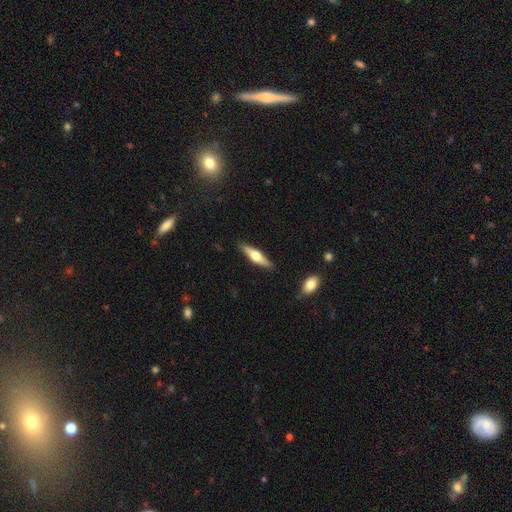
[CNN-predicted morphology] Smooth or featured: featured or disk — 55% (smooth — 40%)
Edge-on disk: yes — 94% (no — 6%)
Edge-on bulge: rounded — 92% (boxy — 6%)
Merging: none — 87% (minor disturbance — 9%)